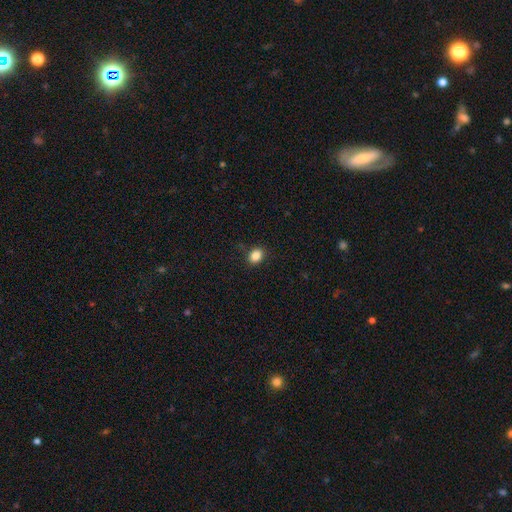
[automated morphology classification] smooth 86%, star or artifact 10%, featured or disk 4%. Down the decision tree: how rounded — in between (55%); merging — none (86%).